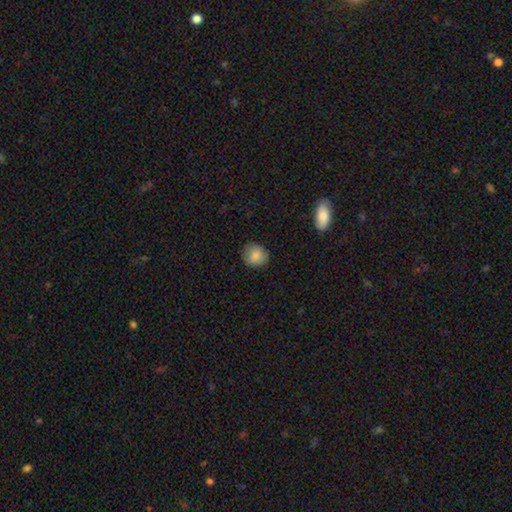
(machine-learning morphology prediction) A smooth galaxy with no disk features (83%) that is round (78%).

Vote fractions:
- Smooth or featured? smooth: 83% / featured or disk: 9% / star or artifact: 8%
- How rounded? round: 78% / in between: 21% / cigar-shaped: 1%
- Merging? none: 83% / minor disturbance: 14% / major disturbance: 3% / merger: 1%